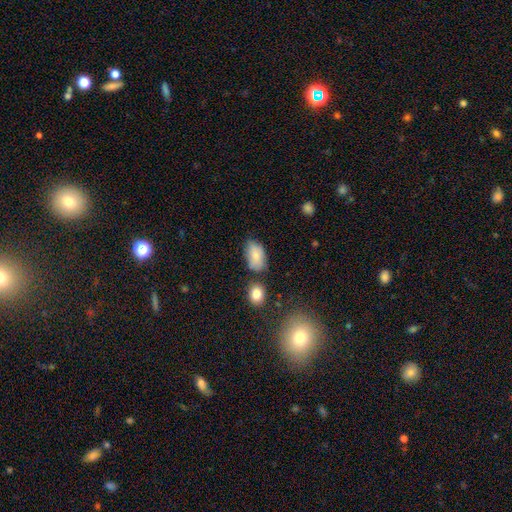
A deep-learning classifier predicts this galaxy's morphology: type=smooth (78%); roundness=in between (91%); merging=none (60%).